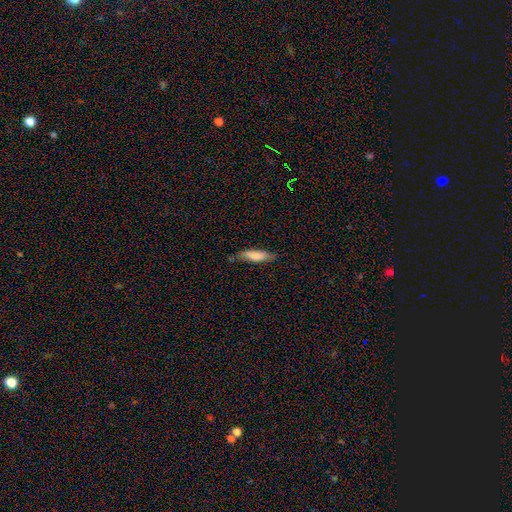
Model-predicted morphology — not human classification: A smooth galaxy with no disk features (78%) that is cigar-shaped (63%).

Vote fractions:
- Smooth or featured? smooth: 78% / featured or disk: 16% / star or artifact: 6%
- How rounded? cigar-shaped: 63% / in between: 35% / round: 2%
- Merging? none: 71% / minor disturbance: 23% / major disturbance: 4% / merger: 2%